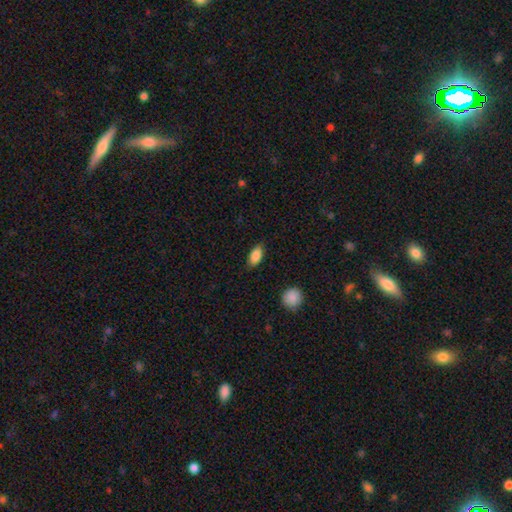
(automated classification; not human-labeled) smooth_or_featured: smooth (p=0.86) [alt: star or artifact p=0.07]
how_rounded: in between (p=0.90) [alt: cigar-shaped p=0.06]
merging: none (p=0.83) [alt: minor disturbance p=0.13]